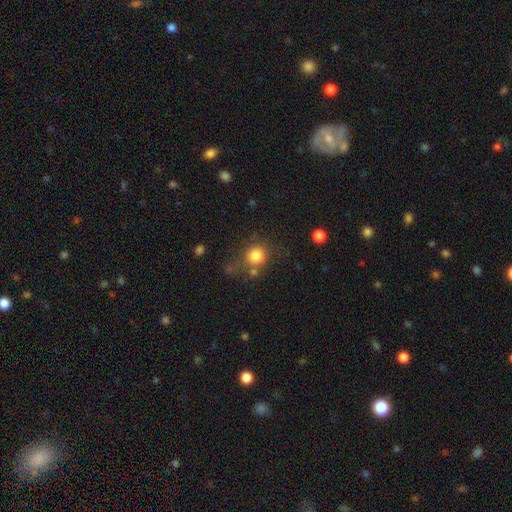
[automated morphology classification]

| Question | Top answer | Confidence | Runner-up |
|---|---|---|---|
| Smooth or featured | smooth | 80% | star or artifact (11%) |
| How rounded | round | 86% | in between (13%) |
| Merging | none | 62% | minor disturbance (17%) |